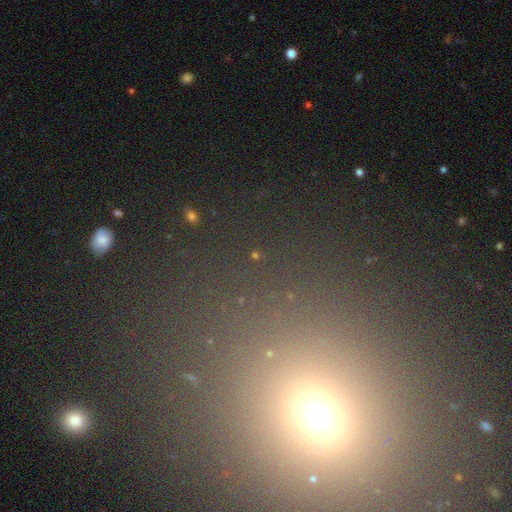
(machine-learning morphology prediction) This appears to be a star or artifact, not a galaxy (62%).